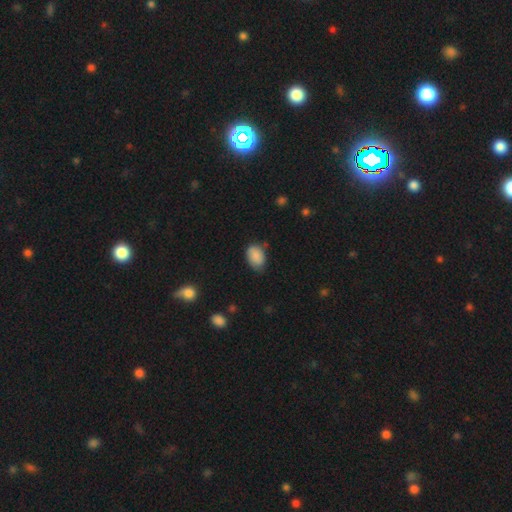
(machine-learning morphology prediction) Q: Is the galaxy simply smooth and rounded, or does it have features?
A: smooth — 88%.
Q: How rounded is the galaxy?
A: in between — 85%.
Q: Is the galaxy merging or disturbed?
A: none — 65%.